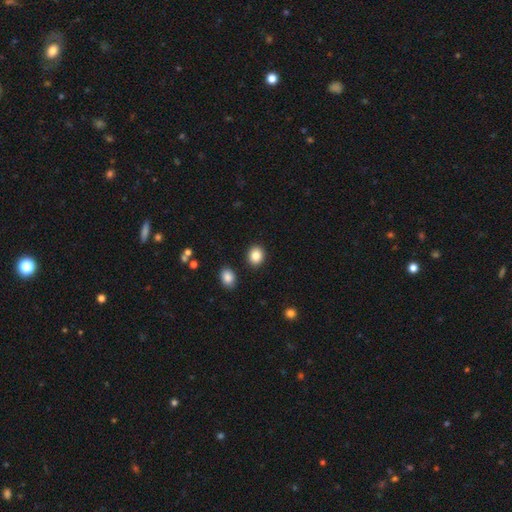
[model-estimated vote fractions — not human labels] This appears to be a smooth galaxy with no disk features (86%) that is round (65%). Merging: none (89%).